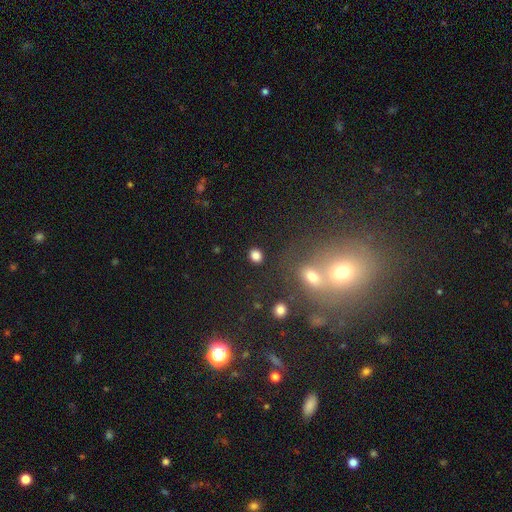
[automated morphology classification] This appears to be a smooth galaxy with no disk features (83%) that is round (60%). Merging: none (87%).